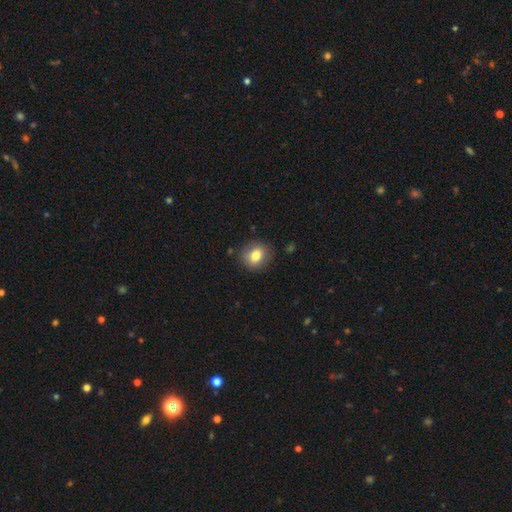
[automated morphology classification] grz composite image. It shows a smooth galaxy with no disk features (78%) that is round (69%). Merging: none (84%).